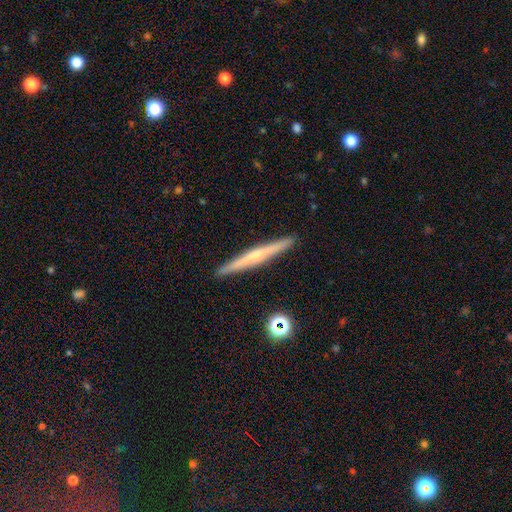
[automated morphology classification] This is likely a featured or disk galaxy (63%). It is clearly viewed edge-on (98%). Edge-on bulge: likely rounded (64%). Merging: clearly none (92%).